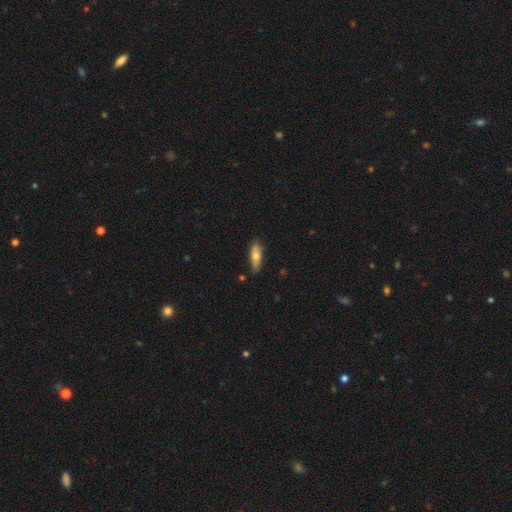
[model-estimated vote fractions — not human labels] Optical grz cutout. It shows a smooth galaxy with no disk features (68%) that is in between round and cigar-shaped (52%). Merging: none (79%).